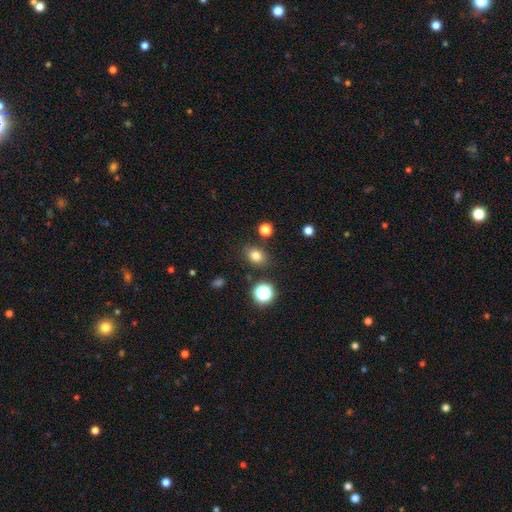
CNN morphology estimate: A smooth galaxy with no disk features (78%) that is in between round and cigar-shaped (52%).

Vote fractions:
- Smooth or featured? smooth: 78% / star or artifact: 15% / featured or disk: 7%
- How rounded? in between: 52% / round: 47% / cigar-shaped: 1%
- Merging? none: 82% / minor disturbance: 10% / merger: 4% / major disturbance: 3%